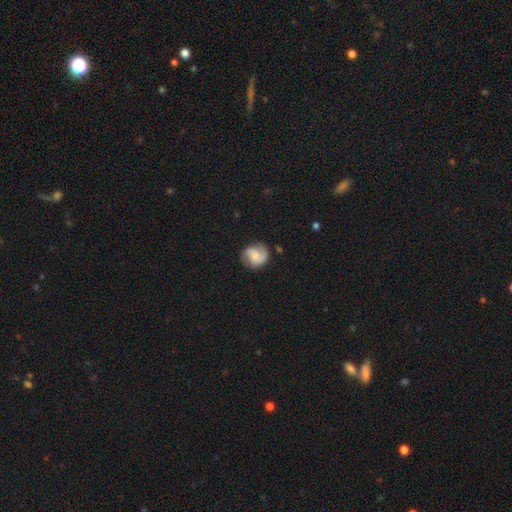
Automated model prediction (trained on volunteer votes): smooth-or-featured: featured or disk: 53% | smooth: 39% | star or artifact: 8%
  disk-edge-on: no: 98% | yes: 2%
    bar: no: 56% | weak: 35% | strong: 9%
    has-spiral-arms: yes: 92% | no: 8%
    bulge-size: small: 45% | moderate: 32% | none: 16% | large: 6% | dominant: 2%
  merging: none: 76% | minor disturbance: 17% | major disturbance: 5% | merger: 2%